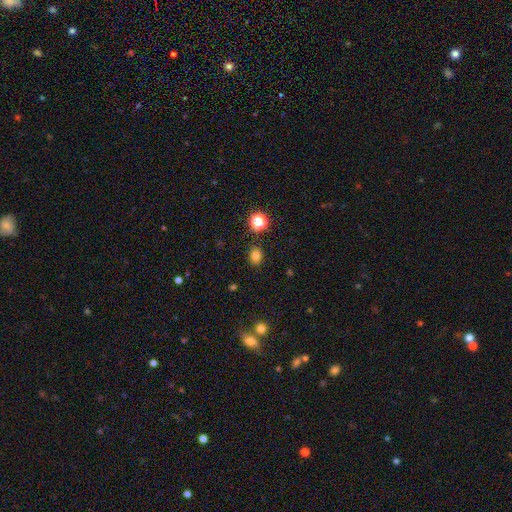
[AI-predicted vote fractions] Smooth or featured?
  - smooth: 78% *
  - star or artifact: 16%
  - featured or disk: 6%
How rounded?
  - round: 59% *
  - in between: 40%
  - cigar-shaped: 1%
Merging?
  - none: 87% *
  - minor disturbance: 9%
  - major disturbance: 2%
  - merger: 2%